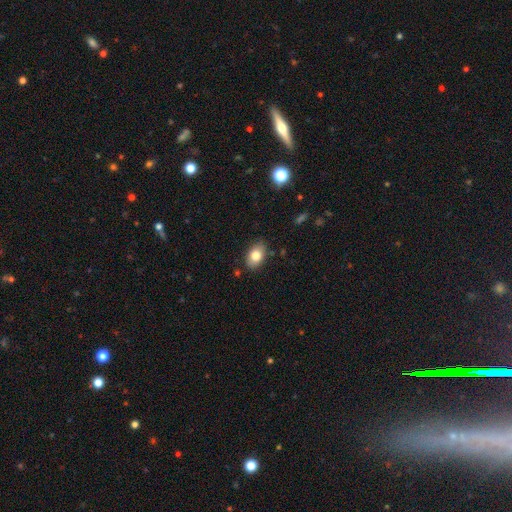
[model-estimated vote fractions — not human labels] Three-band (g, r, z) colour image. It shows a smooth galaxy with no disk features (80%) that is in between round and cigar-shaped (85%). Merging: none (84%).